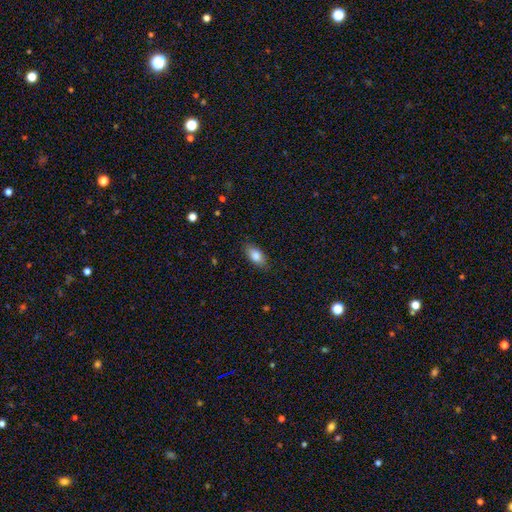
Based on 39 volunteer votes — This is clearly a smooth galaxy (82%). How rounded: clearly in between (94%). Merging: clearly none (97%).